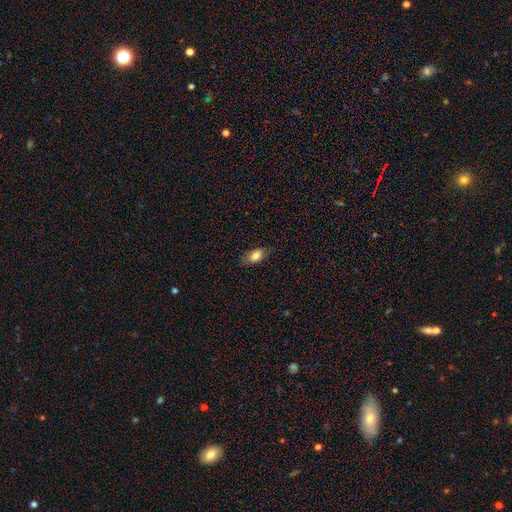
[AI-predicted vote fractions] smooth-or-featured: smooth: 78% | featured or disk: 14% | star or artifact: 8%
  how-rounded: in between: 89% | round: 6% | cigar-shaped: 5%
  merging: none: 77% | minor disturbance: 17% | major disturbance: 4% | merger: 1%